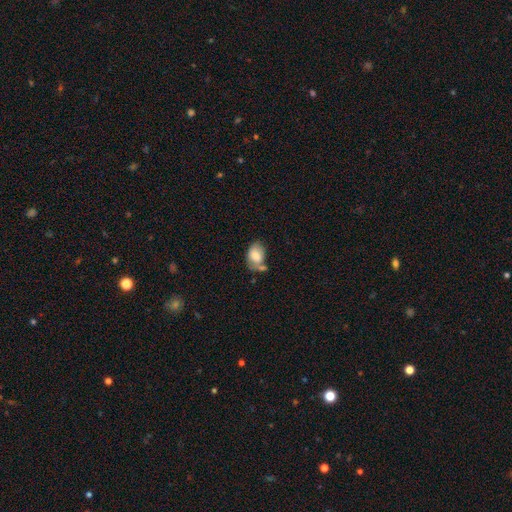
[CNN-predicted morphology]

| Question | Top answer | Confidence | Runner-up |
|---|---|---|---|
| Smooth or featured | smooth | 76% | featured or disk (17%) |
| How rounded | in between | 82% | round (17%) |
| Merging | none | 44% | minor disturbance (25%) |